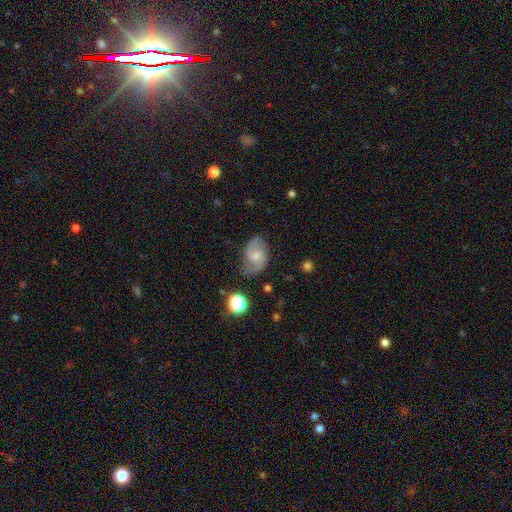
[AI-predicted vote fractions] Morphology: type=featured or disk (64%); edge-on=no (97%); bar=no (56%); spiral arms=yes (91%); winding=medium (45%); arm count=2 (86%); bulge=small (52%); merging=none (65%).